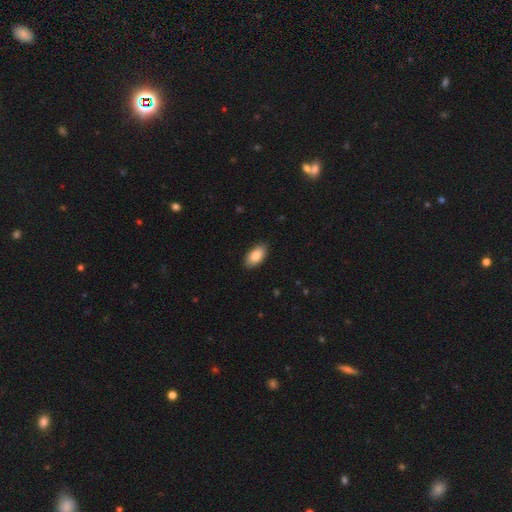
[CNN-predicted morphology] This is clearly a smooth galaxy (86%). How rounded: clearly in between (94%). Merging: clearly none (88%).